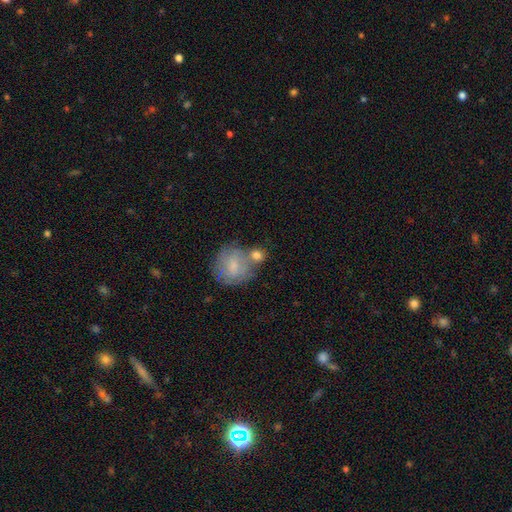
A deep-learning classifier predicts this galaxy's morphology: smooth-or-featured: smooth: 56% | featured or disk: 33% | star or artifact: 11%
  how-rounded: round: 75% | in between: 23% | cigar-shaped: 2%
  merging: none: 49% | merger: 26% | minor disturbance: 17% | major disturbance: 8%